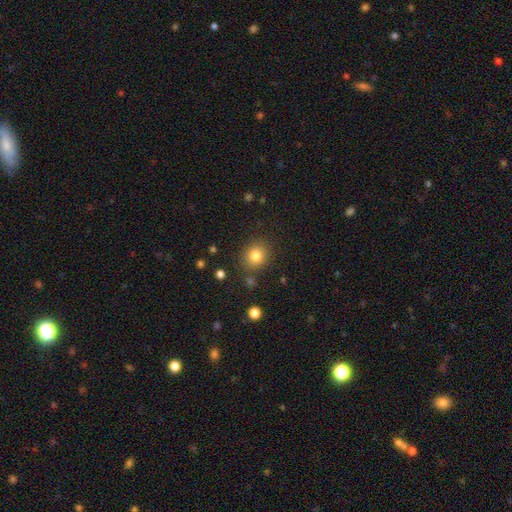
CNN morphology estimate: The model was most divided on "how rounded": round: 78%, in between: 21%, cigar-shaped: 1%. More confident: merging — none (84%); smooth or featured — smooth (82%).